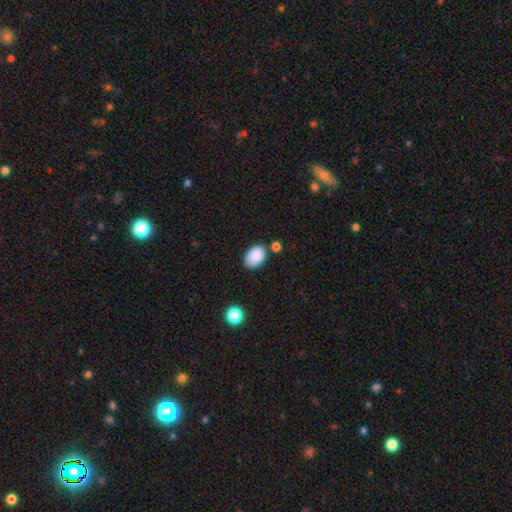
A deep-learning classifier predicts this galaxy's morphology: smooth_or_featured: smooth (p=0.88) [alt: star or artifact p=0.08]
how_rounded: in between (p=0.87) [alt: round p=0.12]
merging: none (p=0.75) [alt: minor disturbance p=0.15]